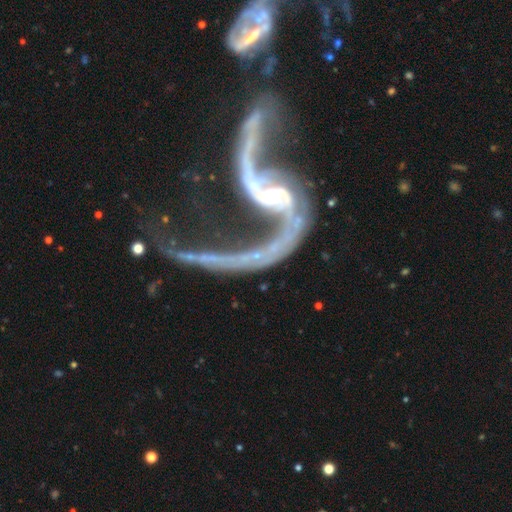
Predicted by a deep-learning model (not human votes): This is clearly a featured or disk galaxy (91%). It is clearly not viewed edge-on (95%). Bar: marginally no (44%). Spiral arm pattern: clearly yes (94%). Spiral arm count: clearly 2 (89%). Spiral winding: clearly loose (88%). Central bulge: likely small (66%). Merging: marginally merger (37%).